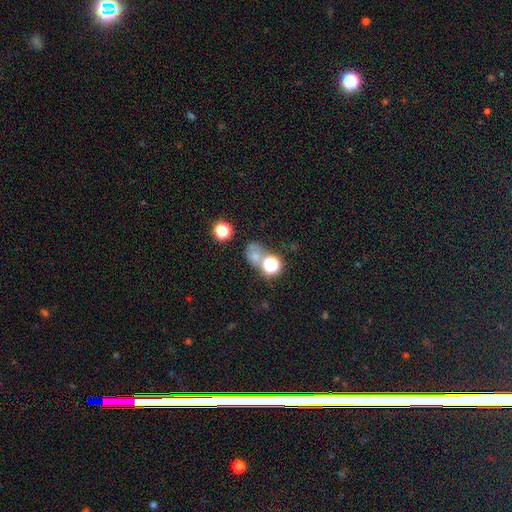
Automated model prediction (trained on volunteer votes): A smooth galaxy with no disk features (57%) that is round (57%).

Vote fractions:
- Smooth or featured? smooth: 57% / star or artifact: 31% / featured or disk: 12%
- How rounded? round: 57% / in between: 42% / cigar-shaped: 1%
- Merging? none: 45% / merger: 29% / minor disturbance: 14% / major disturbance: 12%